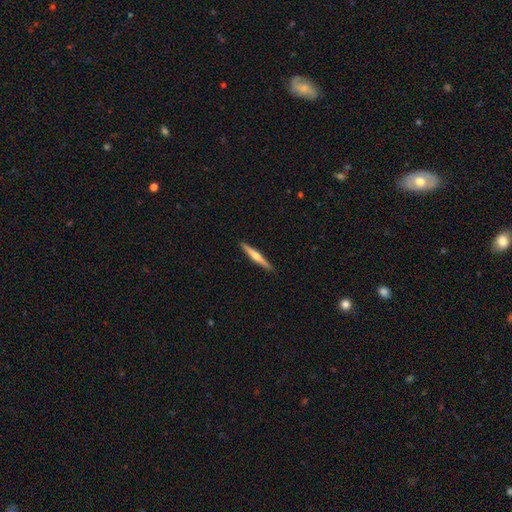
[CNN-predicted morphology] A featured or disk galaxy (60%) viewed edge-on (98%) with a rounded central bulge (79%). Merging: none (92%).